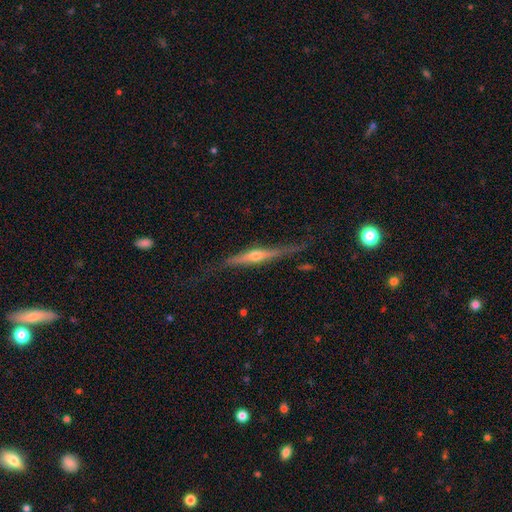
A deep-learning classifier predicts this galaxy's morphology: smooth_or_featured: featured or disk (p=0.80) [alt: smooth p=0.13]
disk_edge_on: yes (p=0.97) [alt: no p=0.03]
edge_on_bulge: rounded (p=0.89) [alt: none p=0.07]
merging: none (p=0.74) [alt: minor disturbance p=0.19]